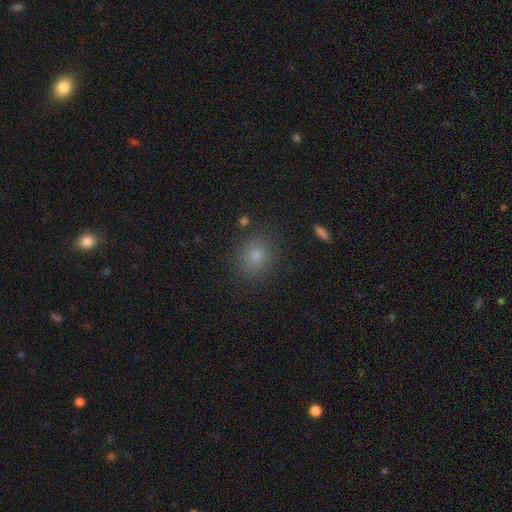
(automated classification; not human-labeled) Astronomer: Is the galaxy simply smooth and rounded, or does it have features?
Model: smooth — 78%.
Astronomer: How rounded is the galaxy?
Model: round — 69%.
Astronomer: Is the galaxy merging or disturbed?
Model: none — 85%.